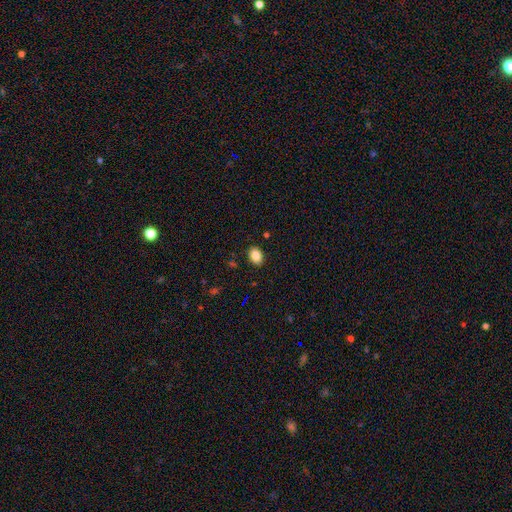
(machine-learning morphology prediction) A smooth galaxy with no disk features (85%) that is in between round and cigar-shaped (73%).

Vote fractions:
- Smooth or featured? smooth: 85% / star or artifact: 9% / featured or disk: 6%
- How rounded? in between: 73% / round: 26% / cigar-shaped: 1%
- Merging? none: 89% / minor disturbance: 8% / major disturbance: 2% / merger: 1%